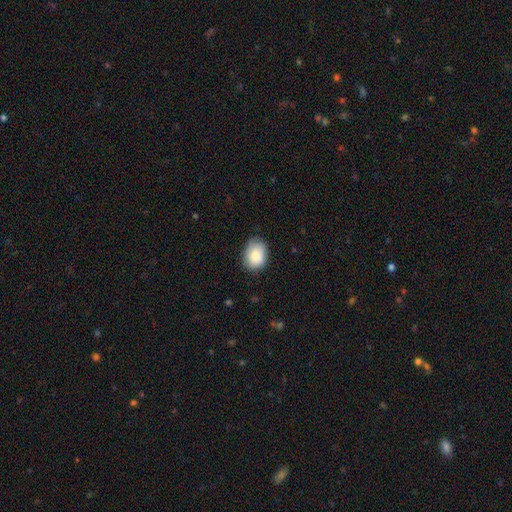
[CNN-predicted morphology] smooth_or_featured: smooth (p=0.84) [alt: featured or disk p=0.10]
how_rounded: in between (p=0.67) [alt: round p=0.32]
merging: none (p=0.72) [alt: minor disturbance p=0.22]